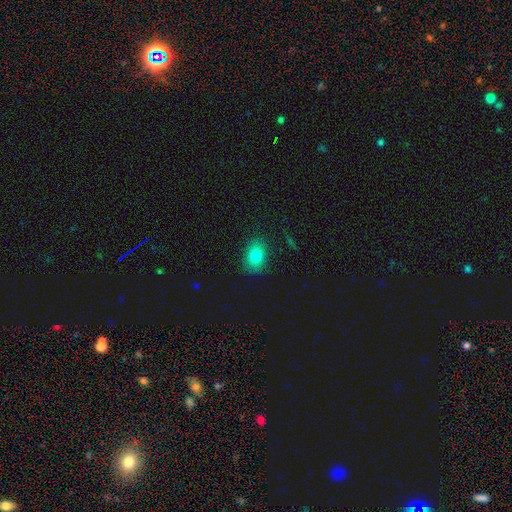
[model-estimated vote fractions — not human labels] This appears to be a smooth galaxy with no disk features (81%) that is in between round and cigar-shaped (74%). Merging: none (86%).